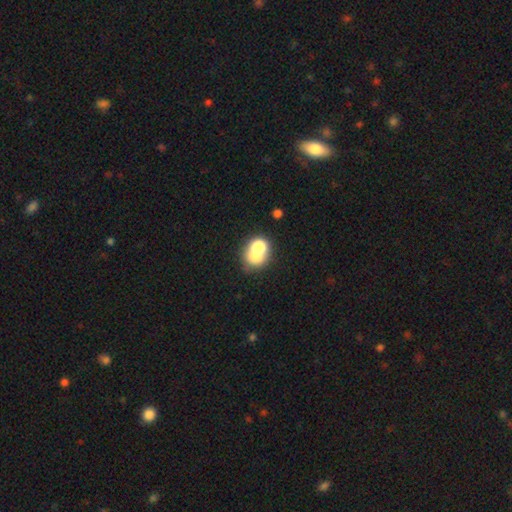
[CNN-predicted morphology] Smooth or featured: smooth — 67% (featured or disk — 20%)
How rounded: round — 67% (in between — 32%)
Merging: merger — 50% (none — 35%)